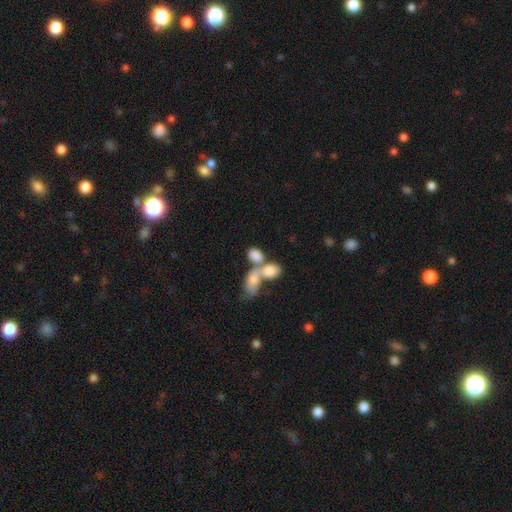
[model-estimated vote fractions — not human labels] Smooth or featured: smooth — 78% (featured or disk — 14%)
How rounded: in between — 83% (round — 14%)
Merging: merger — 66% (none — 22%)